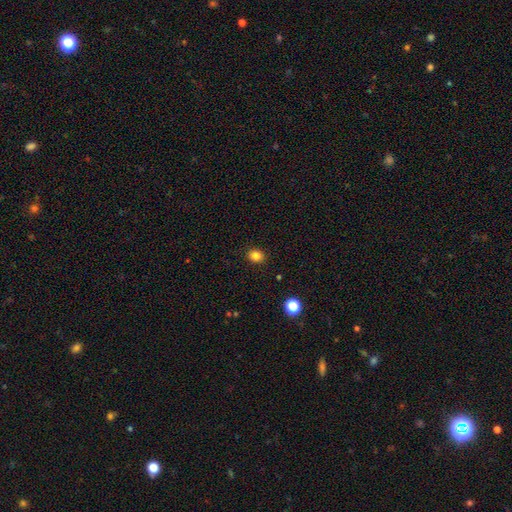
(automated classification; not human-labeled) smooth-or-featured: smooth: 83% | star or artifact: 12% | featured or disk: 5%
  how-rounded: round: 63% | in between: 36% | cigar-shaped: 1%
  merging: none: 90% | minor disturbance: 7% | major disturbance: 2% | merger: 1%